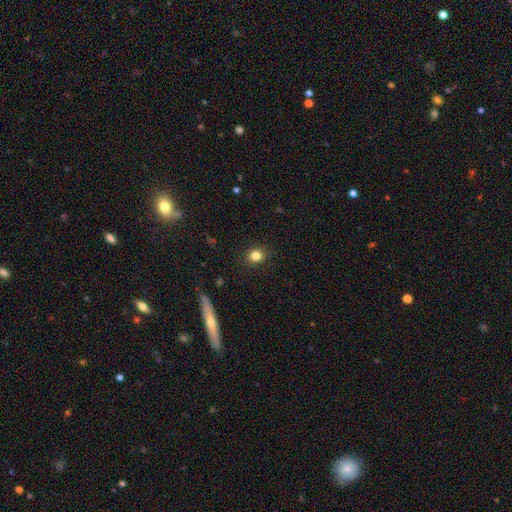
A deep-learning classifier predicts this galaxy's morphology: Smooth or featured? Predicted: smooth (p=0.83). How rounded? Predicted: round (p=0.71). Merging? Predicted: none (p=0.89).